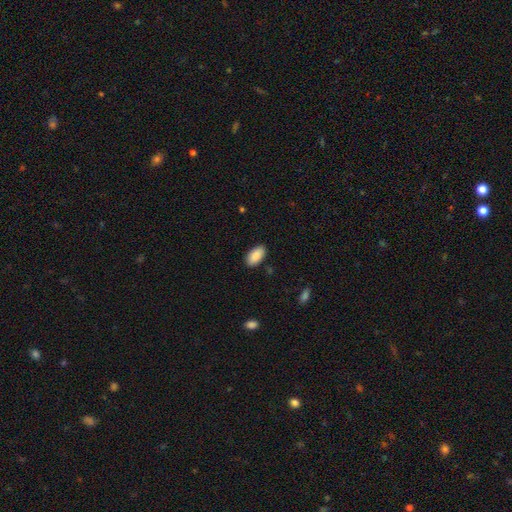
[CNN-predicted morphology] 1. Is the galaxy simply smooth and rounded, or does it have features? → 88% smooth, 6% star or artifact, 5% featured or disk.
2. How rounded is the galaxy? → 95% in between, 3% round, 2% cigar-shaped.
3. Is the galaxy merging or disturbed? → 87% none, 9% minor disturbance, 2% major disturbance, 1% merger.